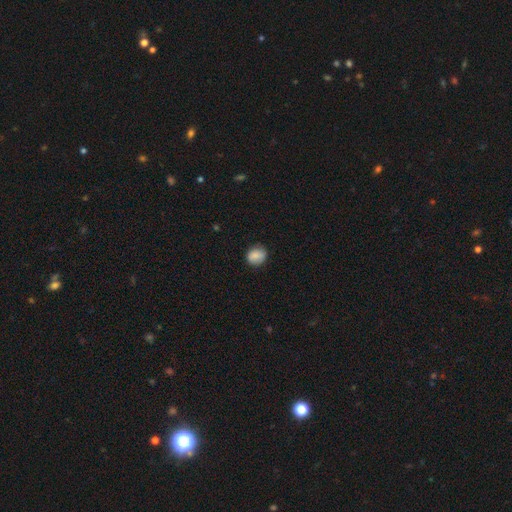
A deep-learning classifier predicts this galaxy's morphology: type=smooth (83%); roundness=round (70%); merging=none (83%).